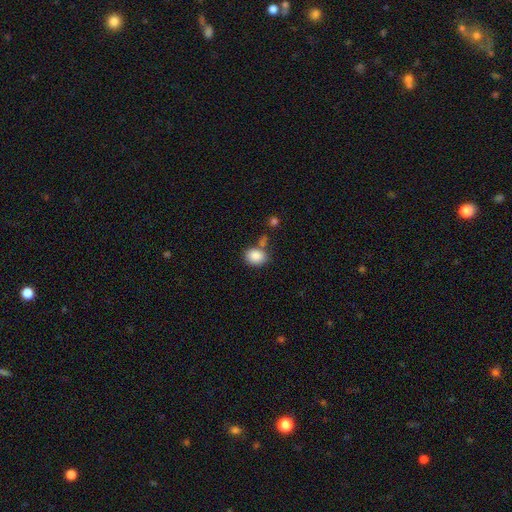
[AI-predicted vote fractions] Smooth or featured?
  - smooth: 87% *
  - star or artifact: 8%
  - featured or disk: 5%
How rounded?
  - in between: 55% *
  - round: 44%
  - cigar-shaped: 1%
Merging?
  - none: 64% *
  - minor disturbance: 16%
  - merger: 15%
  - major disturbance: 5%